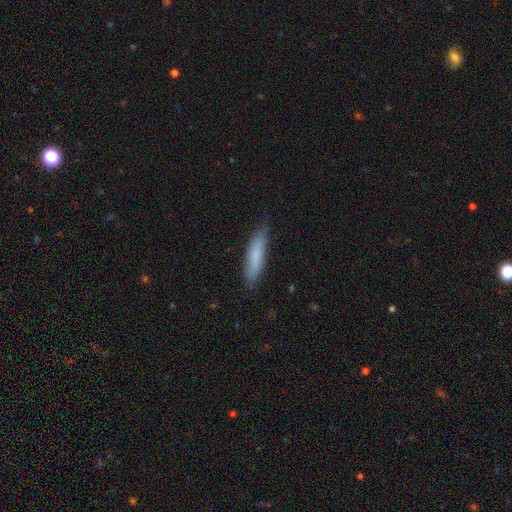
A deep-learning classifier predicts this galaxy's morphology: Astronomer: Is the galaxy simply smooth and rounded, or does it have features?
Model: smooth — 77%.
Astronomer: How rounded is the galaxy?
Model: cigar-shaped — 76%.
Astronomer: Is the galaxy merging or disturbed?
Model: none — 78%.